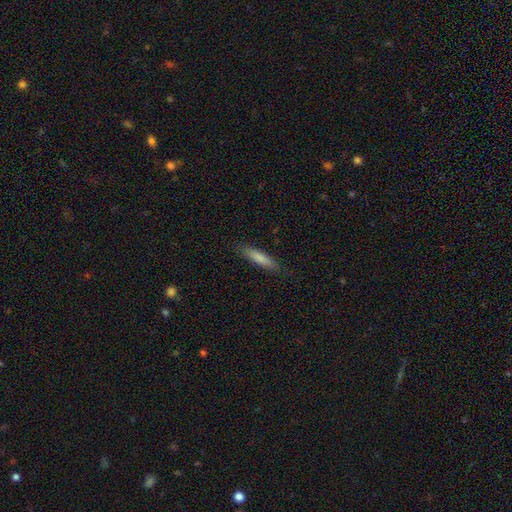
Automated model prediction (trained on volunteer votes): Morphology: type=smooth (73%); roundness=cigar-shaped (87%); merging=none (87%).